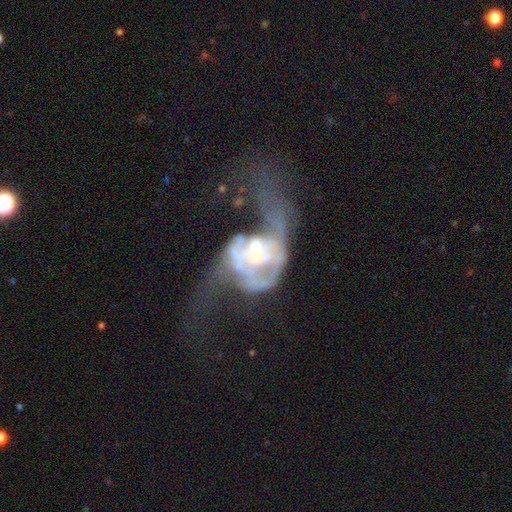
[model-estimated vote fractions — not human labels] Smooth or featured? Predicted: featured or disk (p=0.75). Edge-on disk? Predicted: no (p=0.96). Bar? Predicted: no (p=0.76). Spiral arms? Predicted: no (p=0.50, tied with yes). Bulge size? Predicted: moderate (p=0.41). Merging? Predicted: merger (p=0.49).